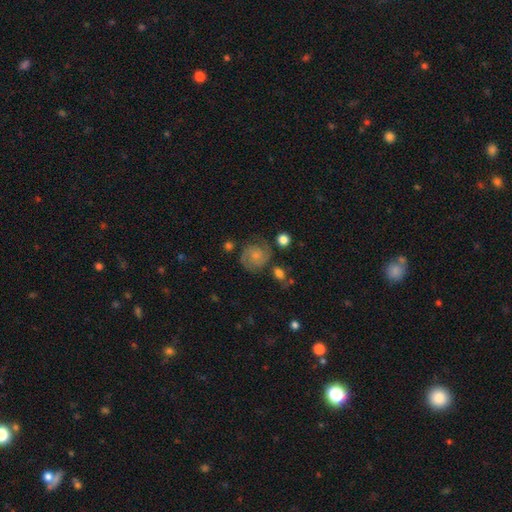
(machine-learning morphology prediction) Smooth or featured: featured or disk — 64% (smooth — 28%)
Edge-on disk: no — 98% (yes — 2%)
Bar: no — 71% (weak — 25%)
Spiral arms: yes — 93% (no — 7%)
Spiral winding: medium — 44% (tight — 40%)
Spiral arm count: 2 — 75% (can't tell — 11%)
Bulge size: small — 50% (none — 23%)
Merging: none — 67% (minor disturbance — 19%)